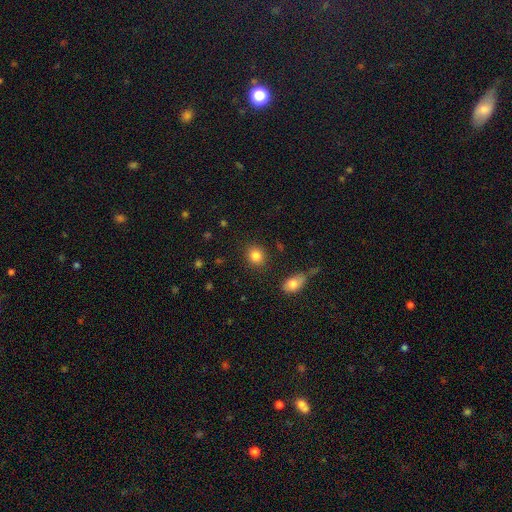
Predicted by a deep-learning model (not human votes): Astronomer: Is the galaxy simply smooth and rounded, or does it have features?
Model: smooth — 84%.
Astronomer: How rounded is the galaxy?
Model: round — 74%.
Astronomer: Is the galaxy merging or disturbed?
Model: none — 87%.